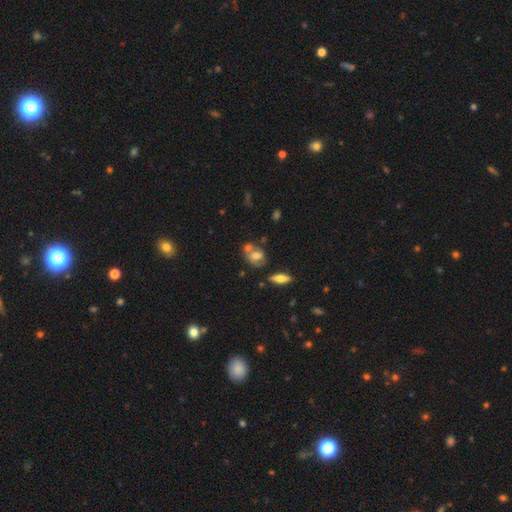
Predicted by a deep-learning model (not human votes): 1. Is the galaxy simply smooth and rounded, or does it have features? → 61% smooth, 27% featured or disk, 12% star or artifact.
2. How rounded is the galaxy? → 58% in between, 39% round, 3% cigar-shaped.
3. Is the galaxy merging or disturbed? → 43% none, 36% merger, 16% minor disturbance, 6% major disturbance.